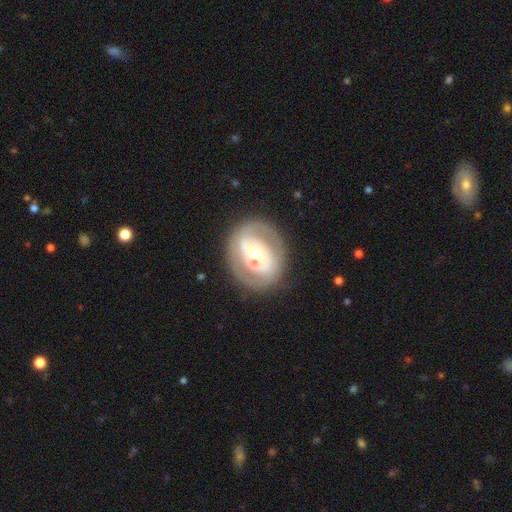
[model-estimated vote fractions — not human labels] A featured or disk galaxy (69%) with no bar (45%), no spiral arms (54%) and a moderate central bulge (62%).

Vote fractions:
- Smooth or featured? featured or disk: 69% / smooth: 26% / star or artifact: 6%
- Edge-on disk? no: 95% / yes: 5%
- Bar? no: 45% / weak: 29% / strong: 27%
- Spiral arms? no: 54% / yes: 46%
- Bulge size? moderate: 62% / small: 27% / large: 9% / dominant: 1% / none: 1%
- Merging? none: 71% / minor disturbance: 14% / major disturbance: 7% / merger: 7%